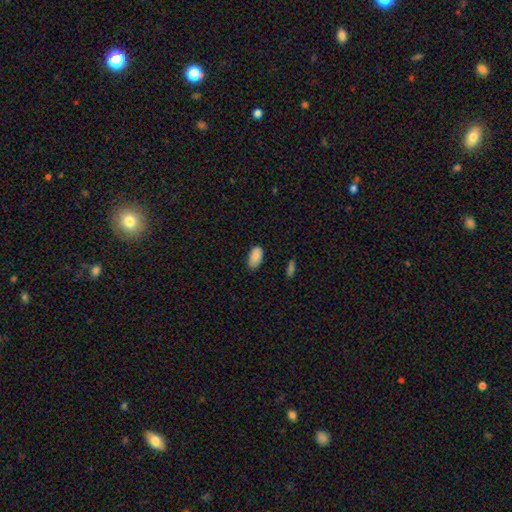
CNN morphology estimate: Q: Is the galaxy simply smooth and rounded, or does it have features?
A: smooth — 87%.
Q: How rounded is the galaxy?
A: in between — 95%.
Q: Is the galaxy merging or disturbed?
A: none — 76%.